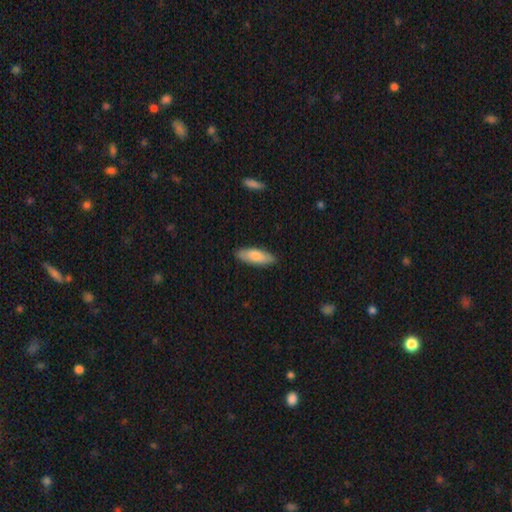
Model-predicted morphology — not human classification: Smooth or featured?
  - smooth: 77% *
  - featured or disk: 17%
  - star or artifact: 6%
How rounded?
  - in between: 60% *
  - cigar-shaped: 38%
  - round: 2%
Merging?
  - none: 87% *
  - minor disturbance: 10%
  - major disturbance: 2%
  - merger: 1%